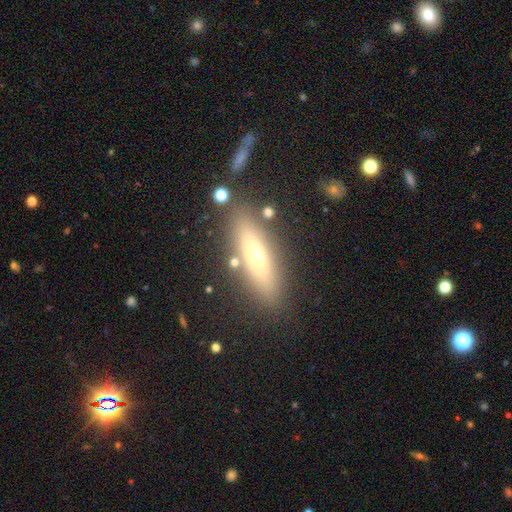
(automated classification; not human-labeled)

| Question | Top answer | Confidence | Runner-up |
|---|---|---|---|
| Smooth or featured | smooth | 49% | featured or disk (41%) |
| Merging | none | 82% | minor disturbance (10%) |